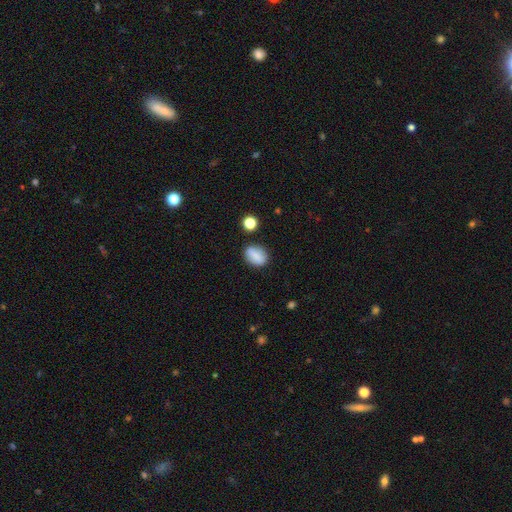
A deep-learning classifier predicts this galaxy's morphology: Overall: smooth (78%). How rounded: in between (68%; round 29%). Merging: none (78%).